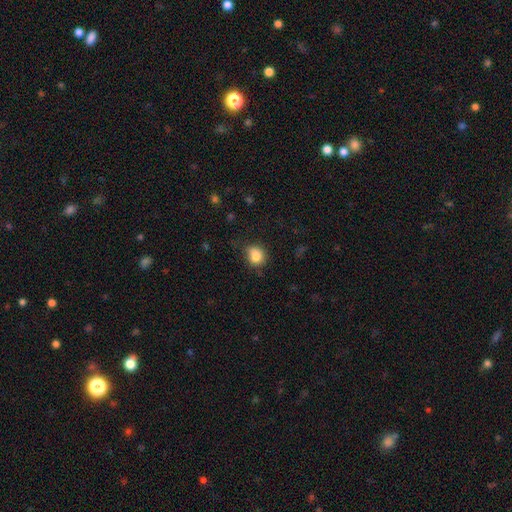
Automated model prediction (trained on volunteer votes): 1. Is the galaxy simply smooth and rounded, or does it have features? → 85% smooth, 9% star or artifact, 5% featured or disk.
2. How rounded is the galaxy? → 68% round, 31% in between, 1% cigar-shaped.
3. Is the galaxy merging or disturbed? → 64% none, 27% minor disturbance, 7% major disturbance, 2% merger.